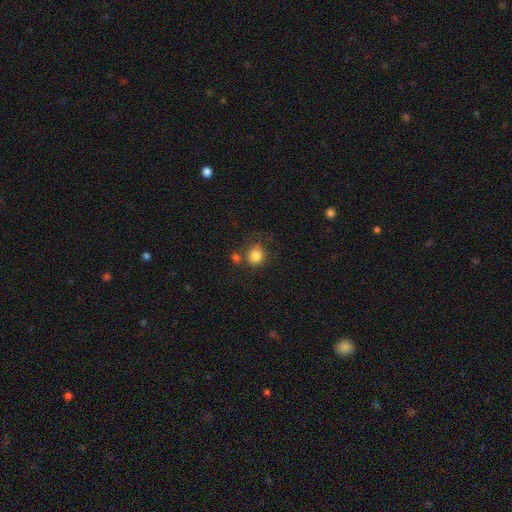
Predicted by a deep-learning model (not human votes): Smooth or featured?
  - smooth: 84% *
  - star or artifact: 11%
  - featured or disk: 6%
How rounded?
  - round: 87% *
  - in between: 12%
  - cigar-shaped: 1%
Merging?
  - none: 71% *
  - merger: 12%
  - minor disturbance: 12%
  - major disturbance: 4%